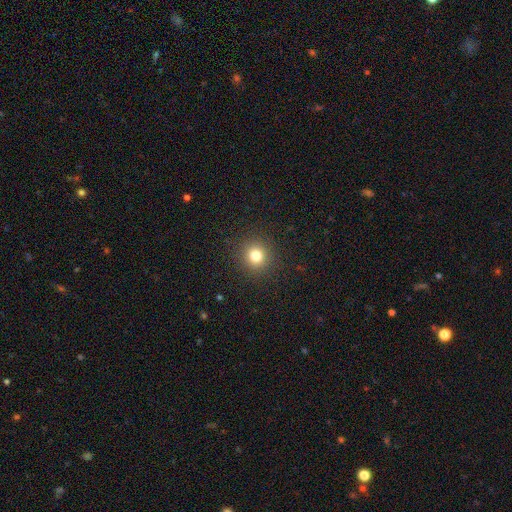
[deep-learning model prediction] smooth 80%, star or artifact 14%, featured or disk 6%. Down the decision tree: how rounded — round (91%); merging — none (91%).